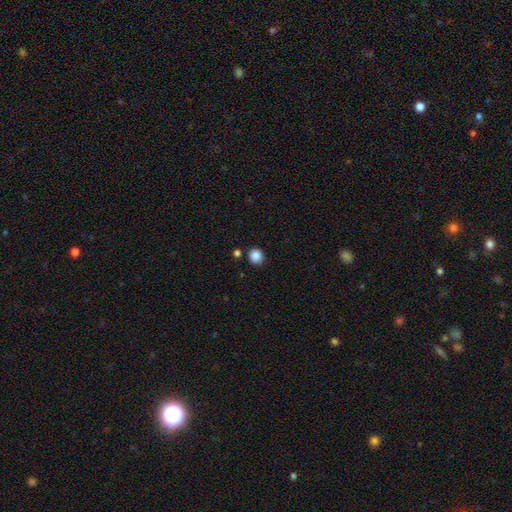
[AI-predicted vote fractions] A smooth galaxy with no disk features (87%) that is round (90%). Merging: none (87%).